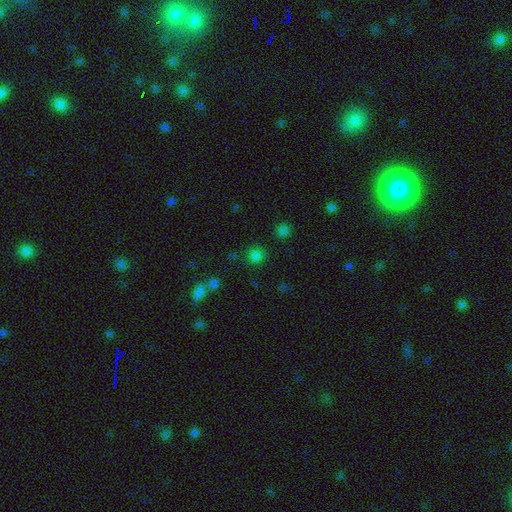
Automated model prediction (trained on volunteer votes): Smooth or featured? Predicted: smooth (p=0.76). How rounded? Predicted: round (p=0.91). Merging? Predicted: none (p=0.83).